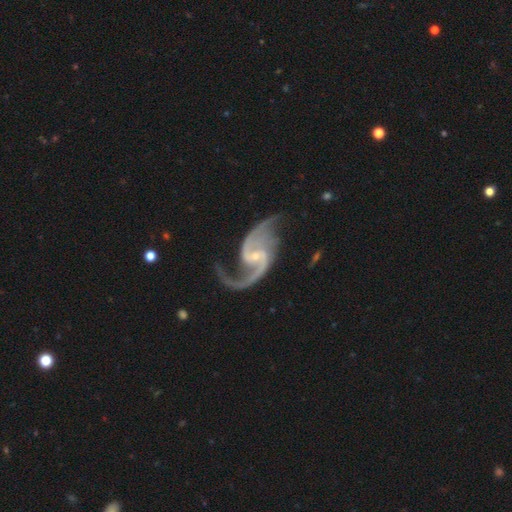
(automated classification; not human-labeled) A featured or disk galaxy (94%) with a weak bar (46%), 2 (92%) loose (56%) spiral arms (98%) and a small central bulge (76%).

Vote fractions:
- Smooth or featured? featured or disk: 94% / star or artifact: 4% / smooth: 2%
- Edge-on disk? no: 98% / yes: 2%
- Bar? weak: 46% / no: 34% / strong: 20%
- Spiral arms? yes: 98% / no: 2%
- Spiral winding? loose: 56% / medium: 37% / tight: 7%
- Spiral arm count? 2: 92% / 1: 2% / 3: 2% / can't tell: 2% / 4: 1% / more than 4: 1%
- Bulge size? small: 76% / moderate: 18% / none: 4% / large: 1% / dominant: 1%
- Merging? none: 65% / minor disturbance: 18% / major disturbance: 14% / merger: 3%